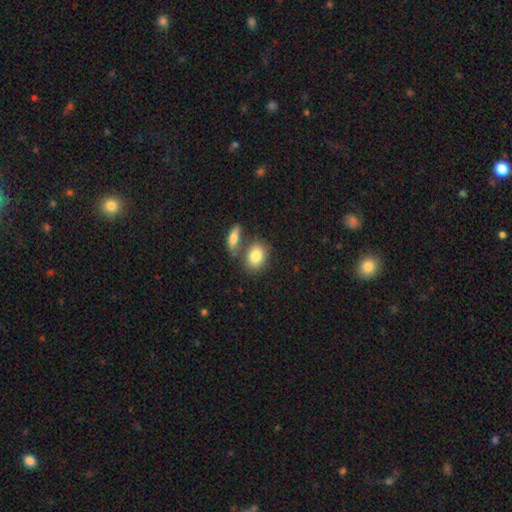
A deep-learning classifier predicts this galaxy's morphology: Smooth or featured?
  - smooth: 84% *
  - featured or disk: 10%
  - star or artifact: 7%
How rounded?
  - in between: 69% *
  - round: 28%
  - cigar-shaped: 3%
Merging?
  - none: 57% *
  - merger: 28%
  - minor disturbance: 12%
  - major disturbance: 4%